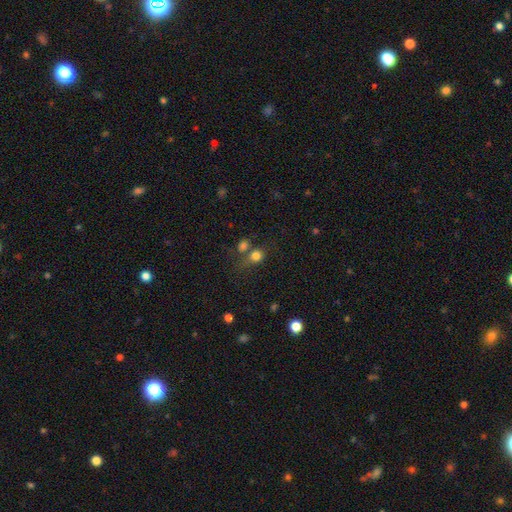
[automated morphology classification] Smooth or featured? smooth (78%)
How rounded? round (74%)
Merging? none (46%)